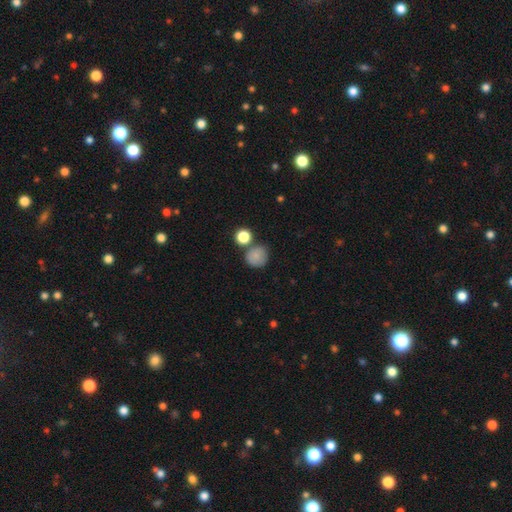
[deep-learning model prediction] Smooth or featured: smooth — 83% (star or artifact — 11%)
How rounded: round — 87% (in between — 12%)
Merging: none — 66% (merger — 16%)